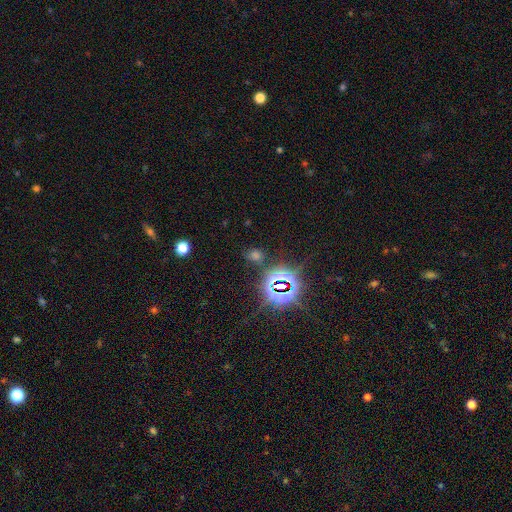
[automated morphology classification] star or artifact 61%, smooth 31%, featured or disk 8%.